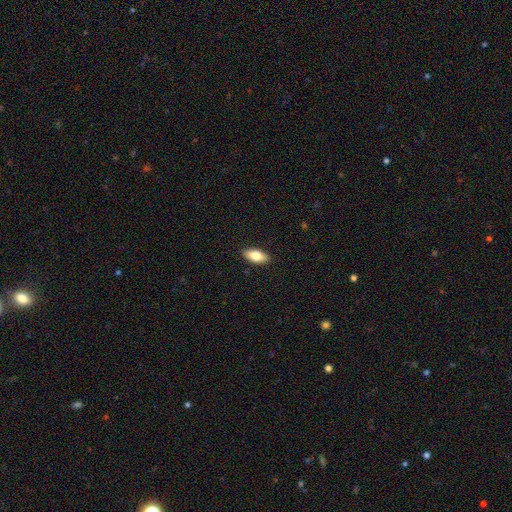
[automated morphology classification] Smooth or featured?
  - smooth: 77% *
  - featured or disk: 17%
  - star or artifact: 6%
How rounded?
  - in between: 87% *
  - cigar-shaped: 10%
  - round: 3%
Merging?
  - none: 90% *
  - minor disturbance: 8%
  - major disturbance: 2%
  - merger: 1%